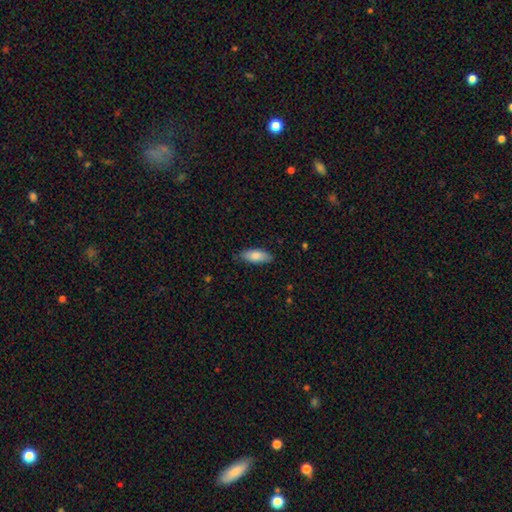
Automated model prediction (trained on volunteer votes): Morphology: type=smooth (83%); roundness=in between (76%); merging=none (81%).